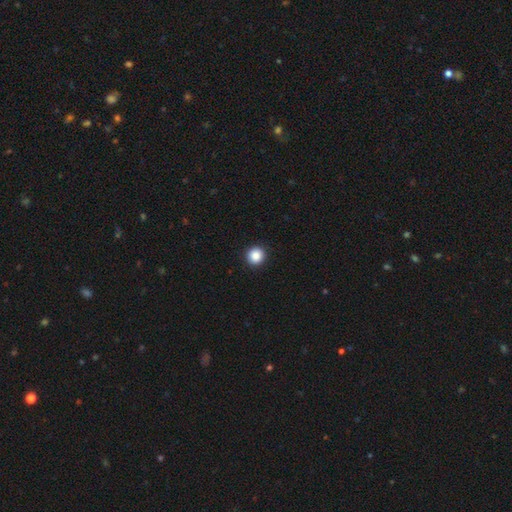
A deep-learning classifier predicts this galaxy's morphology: Smooth or featured? smooth (87%)
How rounded? round (95%)
Merging? none (93%)